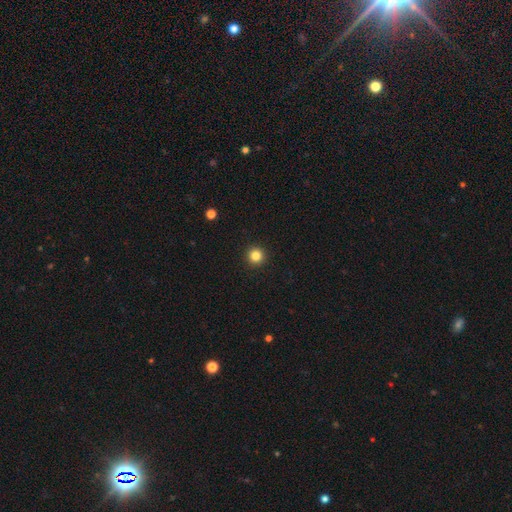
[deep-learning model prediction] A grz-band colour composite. It shows a smooth galaxy with no disk features (84%) that is round (96%). Merging: none (94%).